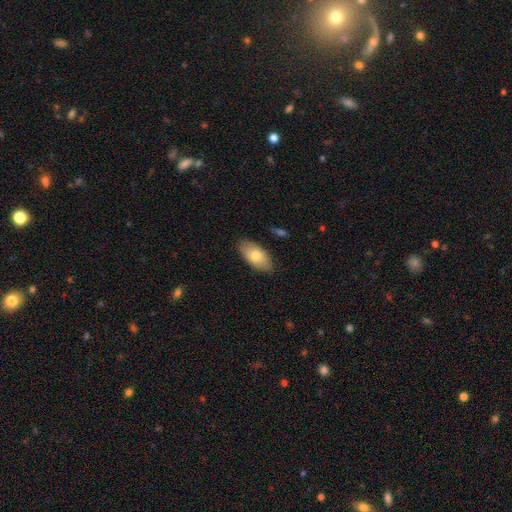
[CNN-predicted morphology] smooth_or_featured: smooth (p=0.77) [alt: featured or disk p=0.18]
how_rounded: in between (p=0.94) [alt: cigar-shaped p=0.03]
merging: none (p=0.86) [alt: minor disturbance p=0.11]